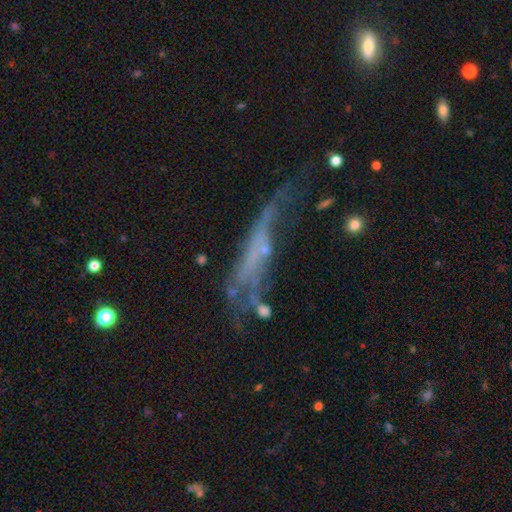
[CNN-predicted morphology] Q: Smooth or featured?
A: featured or disk (51%); runner-up: smooth (29%)
Q: Edge-on disk?
A: yes (51%); runner-up: no (49%)
Q: Merging?
A: none (36%); runner-up: major disturbance (33%)